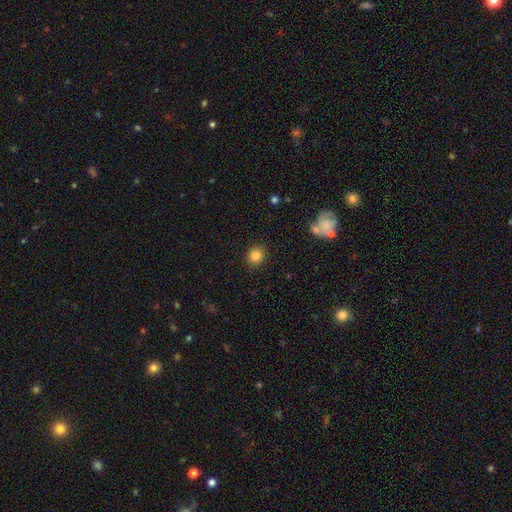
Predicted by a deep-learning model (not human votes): Morphology: type=smooth (84%); roundness=round (85%); merging=none (90%).